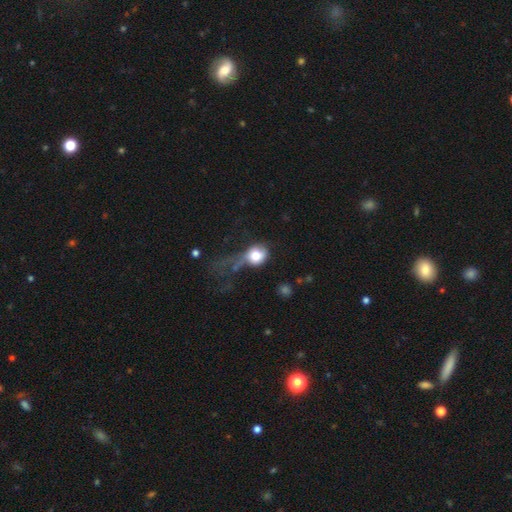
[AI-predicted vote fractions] Smooth or featured? Predicted: smooth (p=0.71). How rounded? Predicted: round (p=0.66). Merging? Predicted: major disturbance (p=0.54).